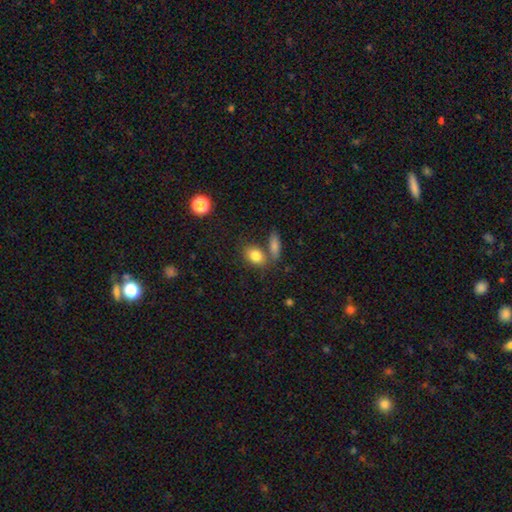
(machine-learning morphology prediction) This appears to be a smooth galaxy with no disk features (83%) that is in between round and cigar-shaped (75%). Merging: none (58%).